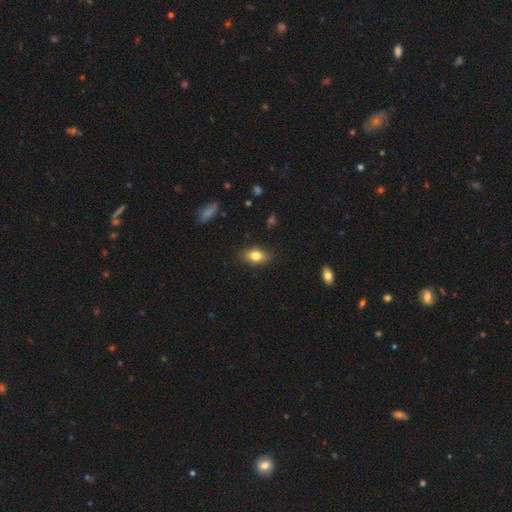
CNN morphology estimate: Q: Smooth or featured?
A: smooth (80%); runner-up: featured or disk (11%)
Q: How rounded?
A: in between (85%); runner-up: round (12%)
Q: Merging?
A: none (86%); runner-up: minor disturbance (11%)